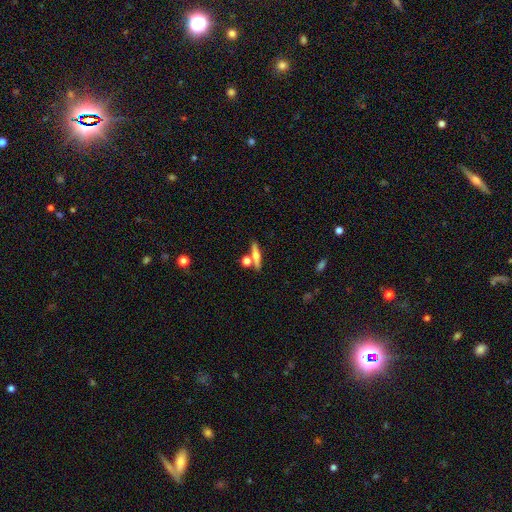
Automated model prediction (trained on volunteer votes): This appears to be a smooth galaxy with no disk features (49%). Merging: none (70%).